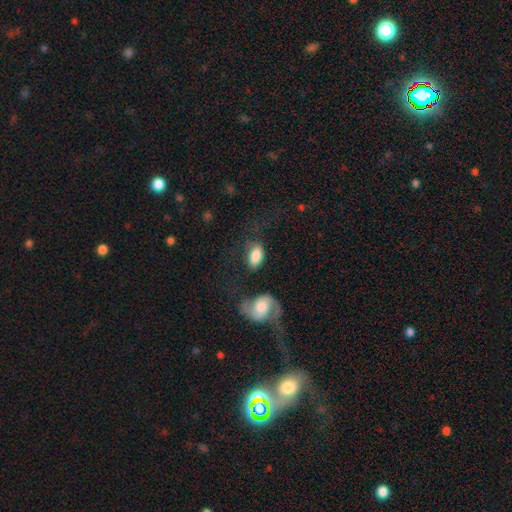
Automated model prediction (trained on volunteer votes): Smooth or featured? Predicted: smooth (p=0.79). How rounded? Predicted: in between (p=0.91). Merging? Predicted: none (p=0.56).